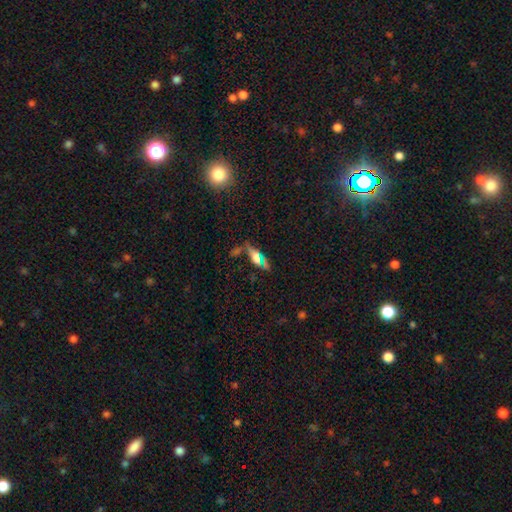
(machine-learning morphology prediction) This is possibly a smooth galaxy (47%). Merging: possibly none (58%).